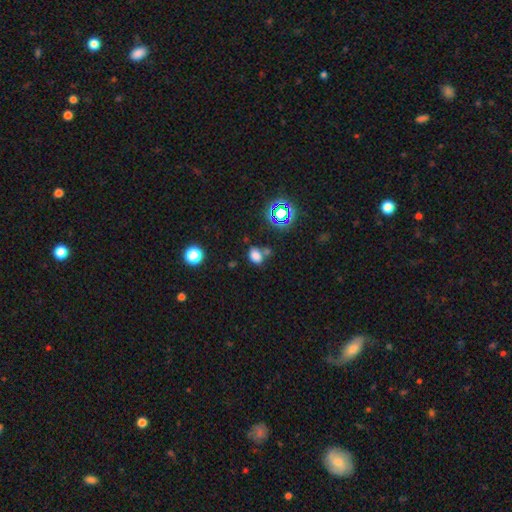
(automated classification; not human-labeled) The model was most divided on "merging": none: 63%, merger: 18%, minor disturbance: 14%, major disturbance: 5%. More confident: smooth or featured — smooth (75%); how rounded — in between (72%).